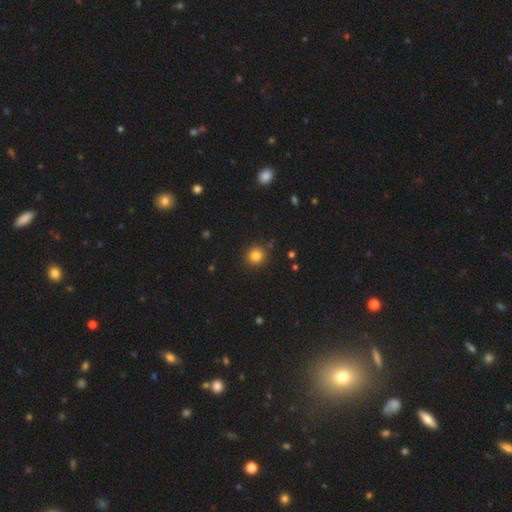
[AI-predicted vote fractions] Smooth or featured?
  - smooth: 82% *
  - star or artifact: 12%
  - featured or disk: 6%
How rounded?
  - round: 92% *
  - in between: 7%
  - cigar-shaped: 1%
Merging?
  - none: 88% *
  - minor disturbance: 7%
  - major disturbance: 2%
  - merger: 2%